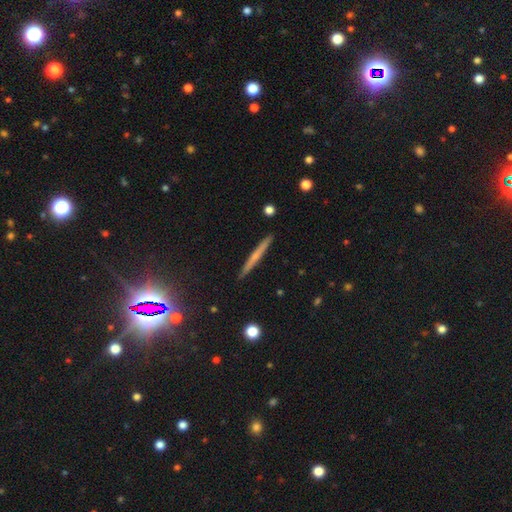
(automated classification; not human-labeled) Q: Smooth or featured?
A: featured or disk (52%); runner-up: smooth (40%)
Q: Edge-on disk?
A: yes (97%); runner-up: no (3%)
Q: Edge-on bulge?
A: none (58%); runner-up: rounded (37%)
Q: Merging?
A: none (91%); runner-up: minor disturbance (6%)